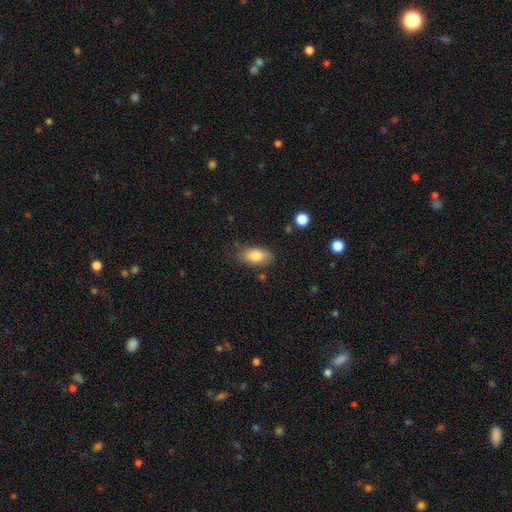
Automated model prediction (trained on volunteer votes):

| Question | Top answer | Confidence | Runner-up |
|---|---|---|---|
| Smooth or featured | smooth | 81% | featured or disk (12%) |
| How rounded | in between | 90% | cigar-shaped (5%) |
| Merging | none | 81% | minor disturbance (14%) |